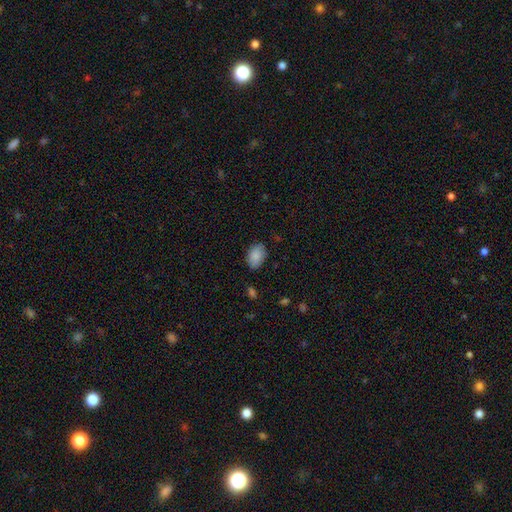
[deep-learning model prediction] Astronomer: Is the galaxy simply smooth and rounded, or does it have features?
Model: smooth — 87%.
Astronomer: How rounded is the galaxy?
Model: in between — 85%.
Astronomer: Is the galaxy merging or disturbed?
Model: none — 80%.